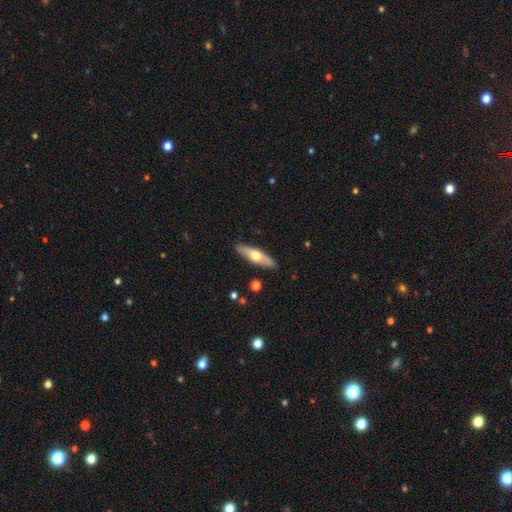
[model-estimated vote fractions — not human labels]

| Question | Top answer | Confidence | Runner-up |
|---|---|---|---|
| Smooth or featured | smooth | 51% | featured or disk (44%) |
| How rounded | cigar-shaped | 60% | in between (38%) |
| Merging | none | 88% | minor disturbance (9%) |